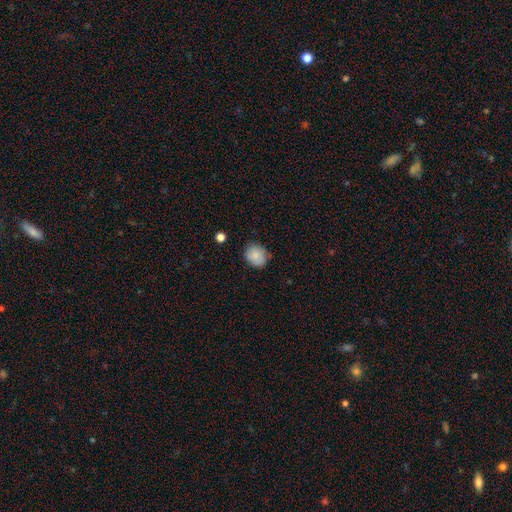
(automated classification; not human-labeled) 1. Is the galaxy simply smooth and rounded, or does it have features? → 84% smooth, 8% star or artifact, 8% featured or disk.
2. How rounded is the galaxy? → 69% round, 30% in between, 1% cigar-shaped.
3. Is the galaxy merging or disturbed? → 77% none, 18% minor disturbance, 3% major disturbance, 2% merger.